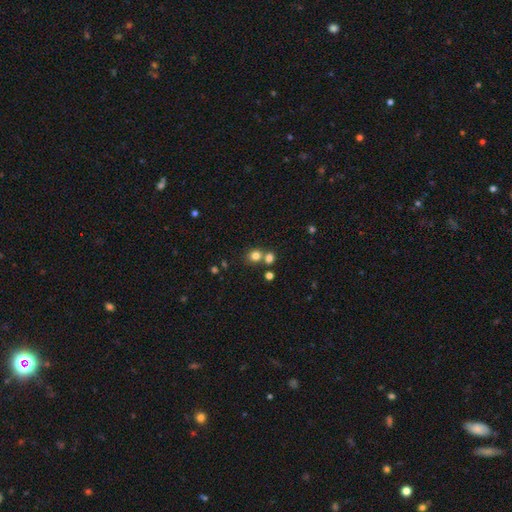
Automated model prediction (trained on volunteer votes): This appears to be a smooth galaxy with no disk features (78%) that is round (79%). Merging: none (57%).